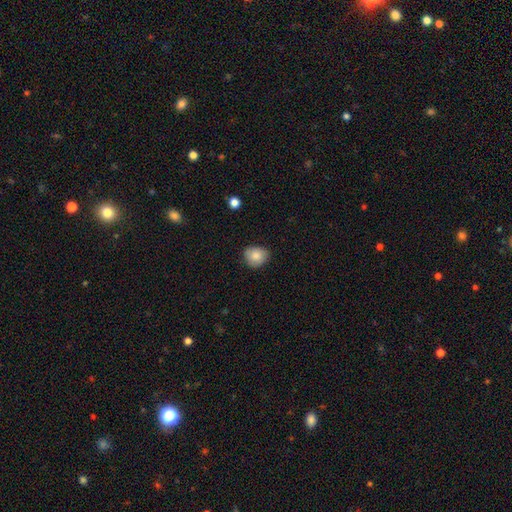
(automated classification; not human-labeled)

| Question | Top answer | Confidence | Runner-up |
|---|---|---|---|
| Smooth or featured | smooth | 83% | featured or disk (9%) |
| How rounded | round | 70% | in between (29%) |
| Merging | none | 78% | minor disturbance (18%) |